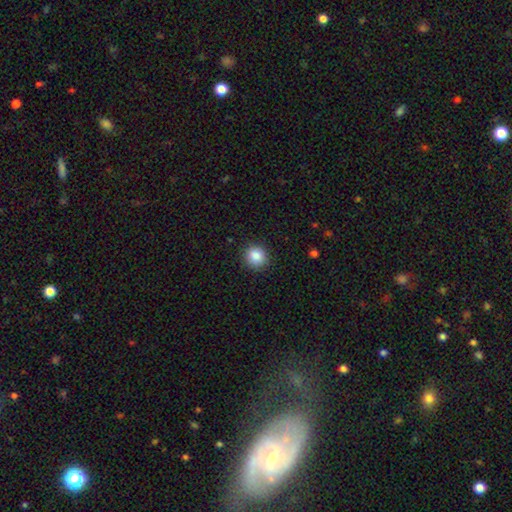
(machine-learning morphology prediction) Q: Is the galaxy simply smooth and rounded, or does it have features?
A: smooth — 86%.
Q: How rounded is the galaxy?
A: round — 88%.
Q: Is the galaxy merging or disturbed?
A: none — 89%.